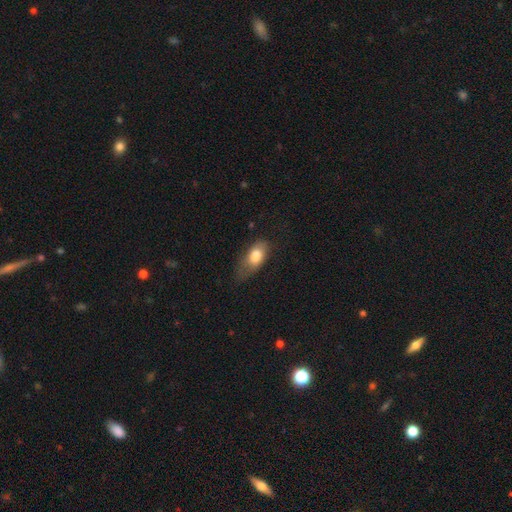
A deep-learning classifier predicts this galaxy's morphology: Q: Smooth or featured?
A: smooth (78%); runner-up: featured or disk (16%)
Q: How rounded?
A: in between (87%); runner-up: cigar-shaped (7%)
Q: Merging?
A: none (40%); runner-up: minor disturbance (37%)